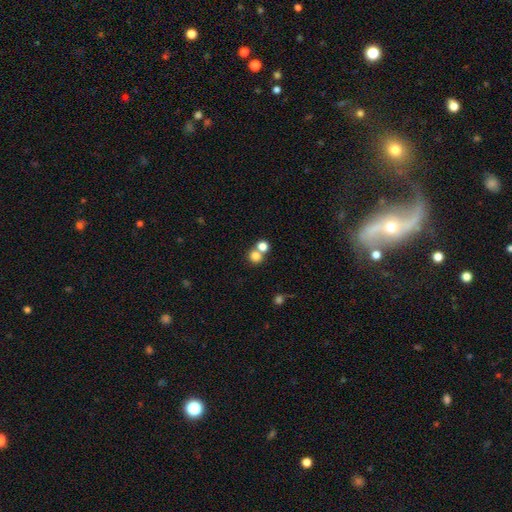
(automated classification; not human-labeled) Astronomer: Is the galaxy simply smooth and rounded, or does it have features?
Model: smooth — 78%.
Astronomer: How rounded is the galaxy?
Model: round — 86%.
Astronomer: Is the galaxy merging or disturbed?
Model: none — 49% (runner-up: merger, 42%).